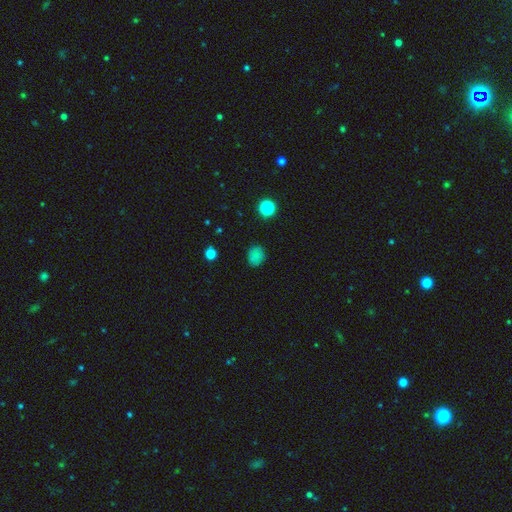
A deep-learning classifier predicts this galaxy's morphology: smooth-or-featured: smooth: 79% | star or artifact: 16% | featured or disk: 5%
  how-rounded: round: 66% | in between: 33% | cigar-shaped: 1%
  merging: none: 82% | minor disturbance: 14% | major disturbance: 3% | merger: 2%